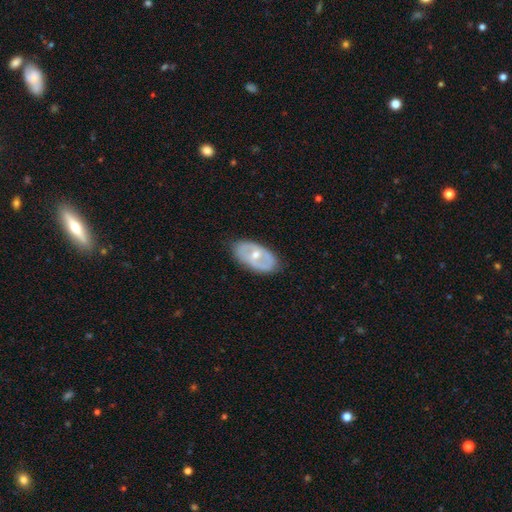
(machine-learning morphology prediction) Overall: featured or disk (61%; smooth 33%). Edge-on disk: no (89%). Bar: no (56%; weak 29%). Spiral arms: no (72%). Bulge size: moderate (68%). Merging: none (80%).